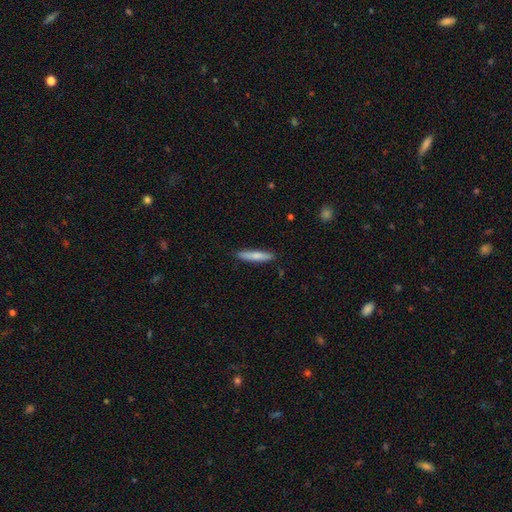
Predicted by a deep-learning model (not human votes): Smooth or featured?
  - smooth: 73% *
  - featured or disk: 22%
  - star or artifact: 6%
How rounded?
  - cigar-shaped: 87% *
  - in between: 11%
  - round: 1%
Merging?
  - none: 89% *
  - minor disturbance: 9%
  - major disturbance: 2%
  - merger: 1%